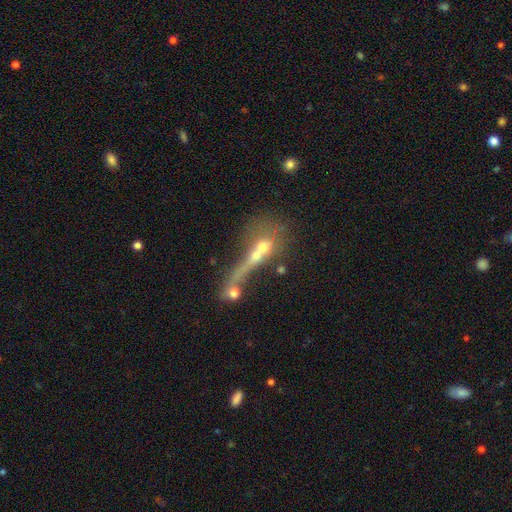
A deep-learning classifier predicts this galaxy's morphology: Smooth or featured? Predicted: smooth (p=0.45). Merging? Predicted: merger (p=0.59).